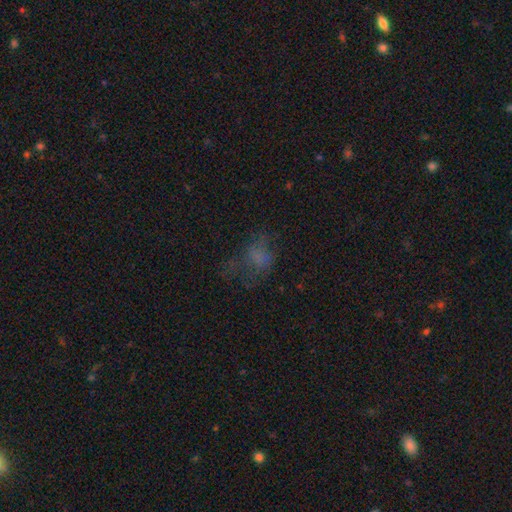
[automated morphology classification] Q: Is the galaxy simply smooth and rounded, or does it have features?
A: smooth — 48%.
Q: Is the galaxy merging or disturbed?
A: none — 43%.